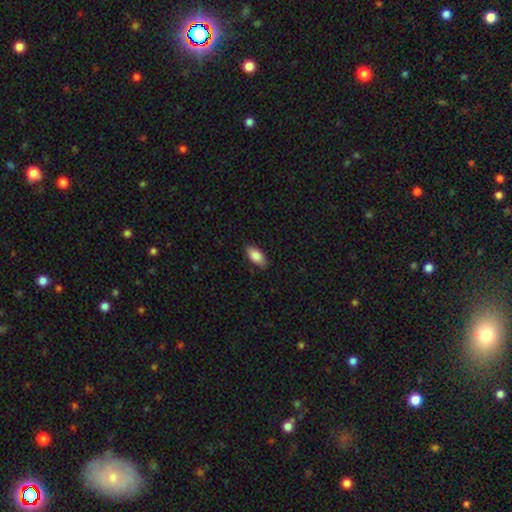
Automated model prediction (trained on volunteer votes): Smooth or featured: smooth — 85% (featured or disk — 8%)
How rounded: in between — 89% (cigar-shaped — 8%)
Merging: none — 86% (minor disturbance — 10%)